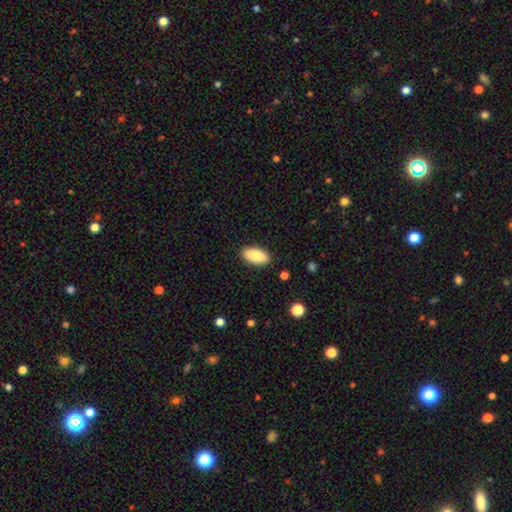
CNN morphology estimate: Smooth or featured: smooth — 87% (featured or disk — 7%)
How rounded: in between — 95% (cigar-shaped — 3%)
Merging: none — 88% (minor disturbance — 8%)